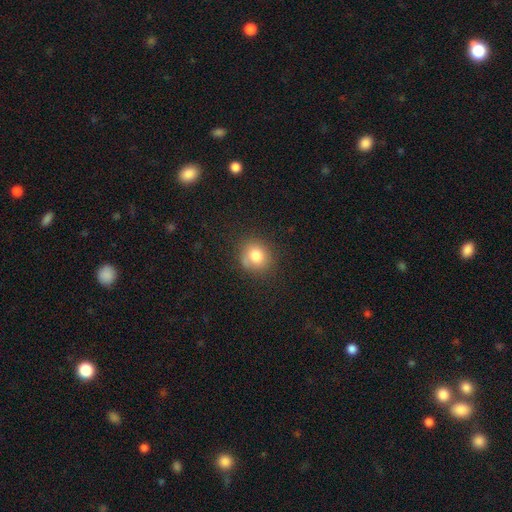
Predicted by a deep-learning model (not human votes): Overall: smooth (80%). How rounded: round (81%). Merging: none (72%).